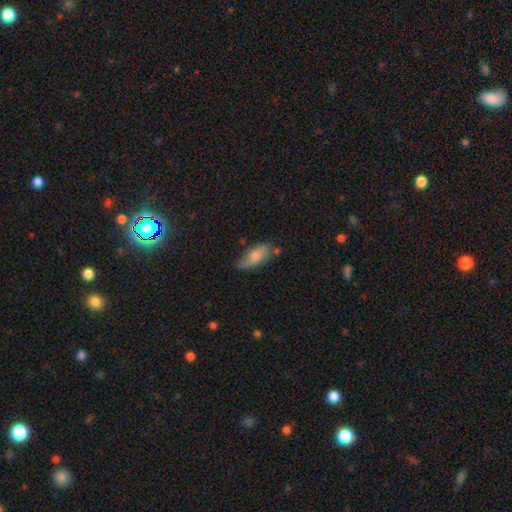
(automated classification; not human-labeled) This appears to be a smooth galaxy with no disk features (75%) that is in between round and cigar-shaped (80%). Merging: none (52%).